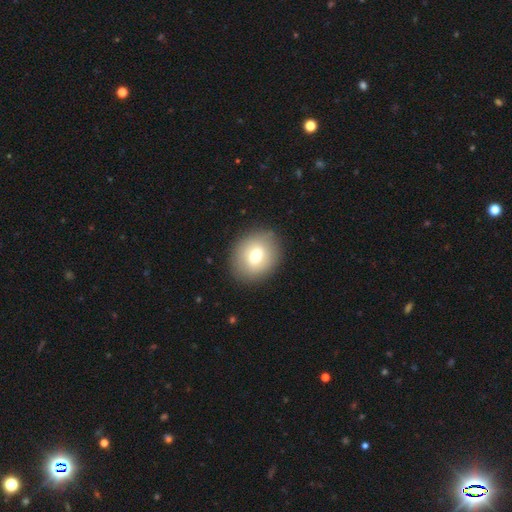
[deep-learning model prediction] Q: Smooth or featured?
A: smooth (70%); runner-up: featured or disk (20%)
Q: How rounded?
A: round (66%); runner-up: in between (33%)
Q: Merging?
A: none (87%); runner-up: minor disturbance (8%)